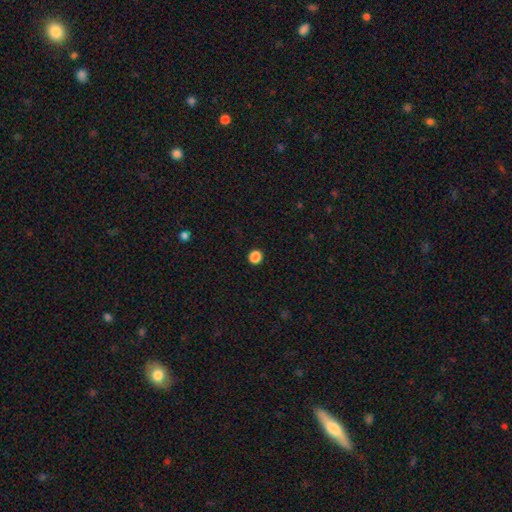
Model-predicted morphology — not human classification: This appears to be a smooth galaxy with no disk features (85%) that is round (84%). Merging: none (92%).